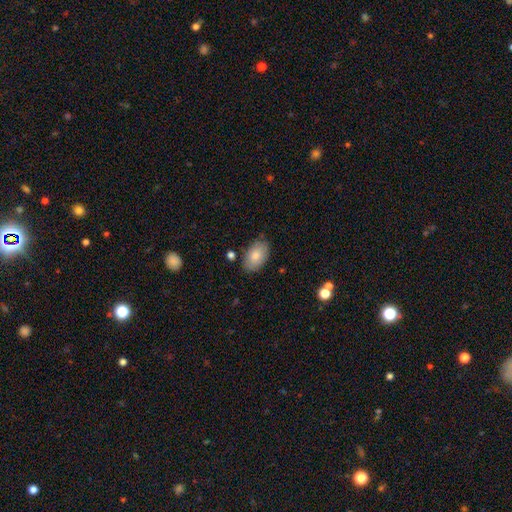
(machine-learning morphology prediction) This appears to be a smooth galaxy with no disk features (81%) that is in between round and cigar-shaped (93%). Merging: none (81%).